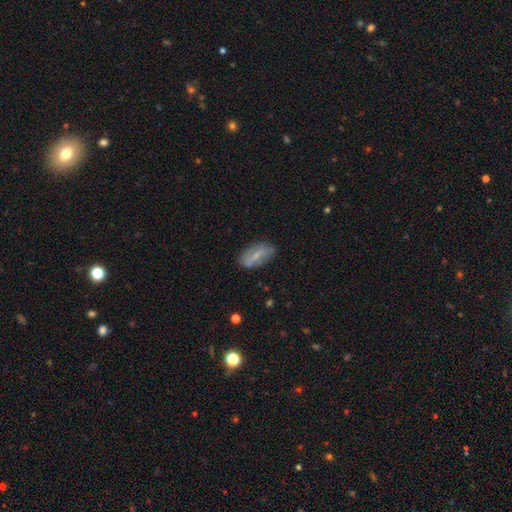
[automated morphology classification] Smooth or featured? Predicted: smooth (p=0.55). How rounded? Predicted: in between (p=0.86). Merging? Predicted: none (p=0.77).